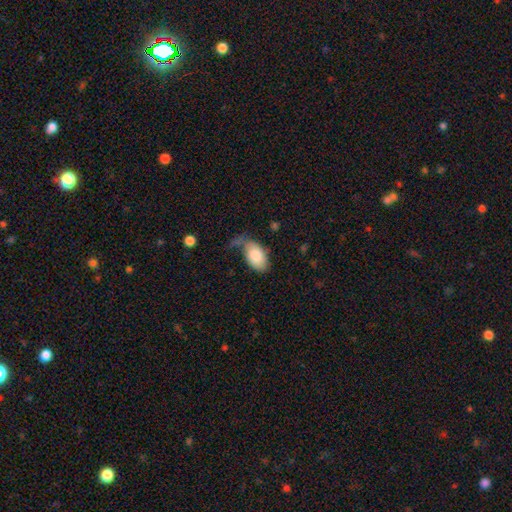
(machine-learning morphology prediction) Q: Smooth or featured?
A: smooth (80%); runner-up: featured or disk (14%)
Q: How rounded?
A: in between (94%); runner-up: round (5%)
Q: Merging?
A: none (42%); runner-up: minor disturbance (27%)